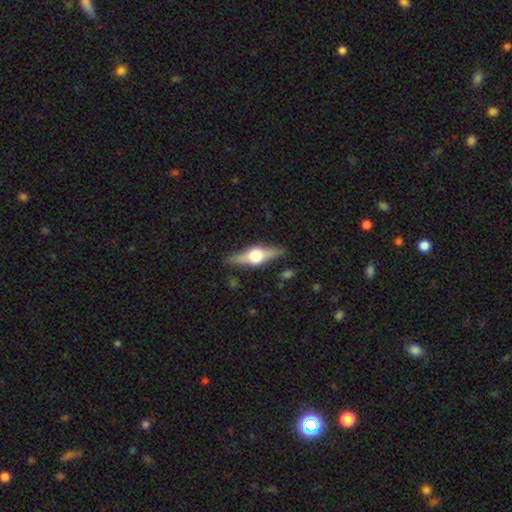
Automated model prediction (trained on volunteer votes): A featured or disk galaxy (71%) viewed edge-on (96%) with a rounded central bulge (95%). Merging: none (86%).